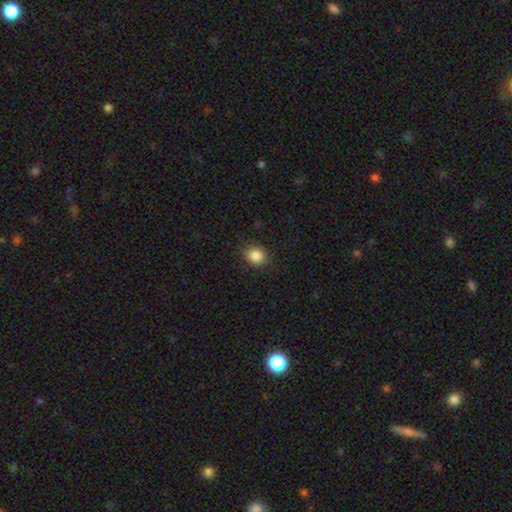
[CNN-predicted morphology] smooth_or_featured: smooth (p=0.86) [alt: star or artifact p=0.10]
how_rounded: round (p=0.68) [alt: in between p=0.31]
merging: none (p=0.87) [alt: minor disturbance p=0.09]